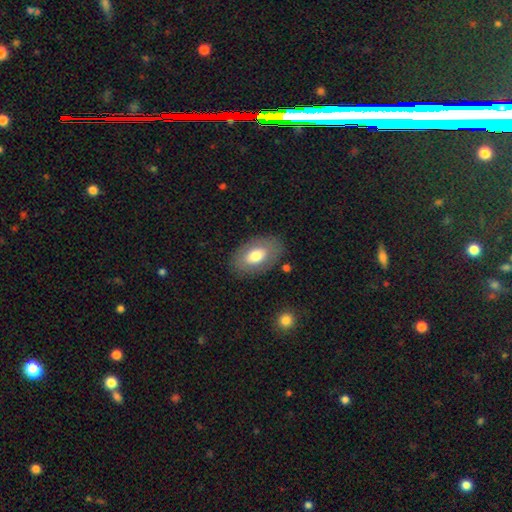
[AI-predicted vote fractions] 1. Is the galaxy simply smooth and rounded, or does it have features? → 69% smooth, 24% featured or disk, 7% star or artifact.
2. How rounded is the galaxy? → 91% in between, 8% round, 1% cigar-shaped.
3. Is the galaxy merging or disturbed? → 82% none, 11% minor disturbance, 4% major disturbance, 2% merger.